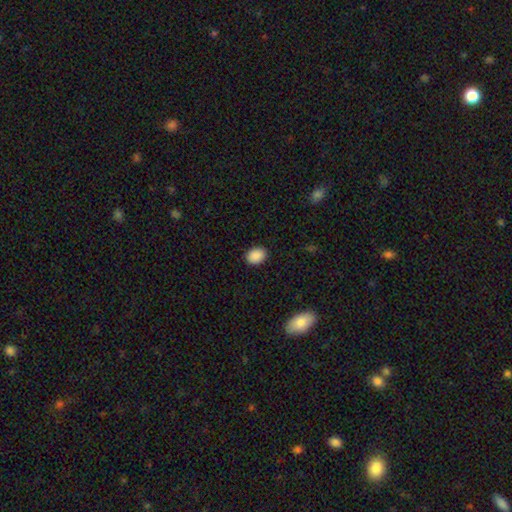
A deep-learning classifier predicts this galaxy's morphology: Smooth or featured? Predicted: smooth (p=0.90). How rounded? Predicted: in between (p=0.66). Merging? Predicted: none (p=0.89).